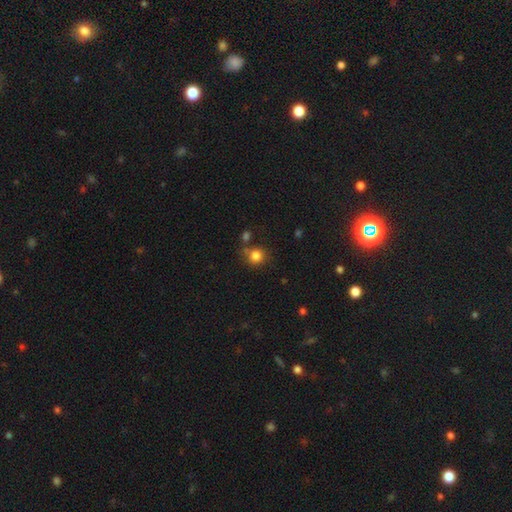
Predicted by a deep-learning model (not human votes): Overall: smooth (83%). How rounded: round (87%). Merging: none (70%).